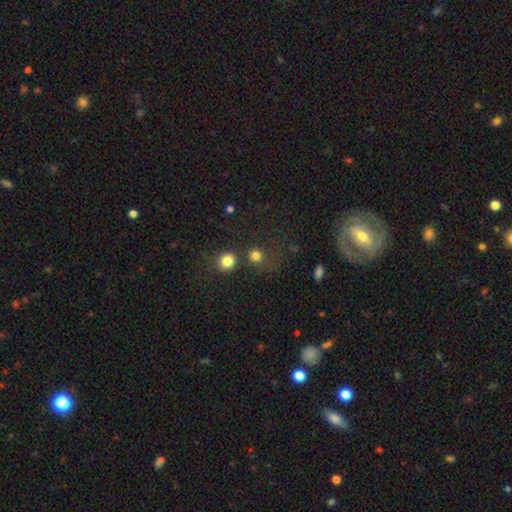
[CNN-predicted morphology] smooth-or-featured: smooth: 79% | star or artifact: 14% | featured or disk: 6%
  how-rounded: round: 89% | in between: 10% | cigar-shaped: 1%
  merging: none: 64% | merger: 17% | minor disturbance: 10% | major disturbance: 9%